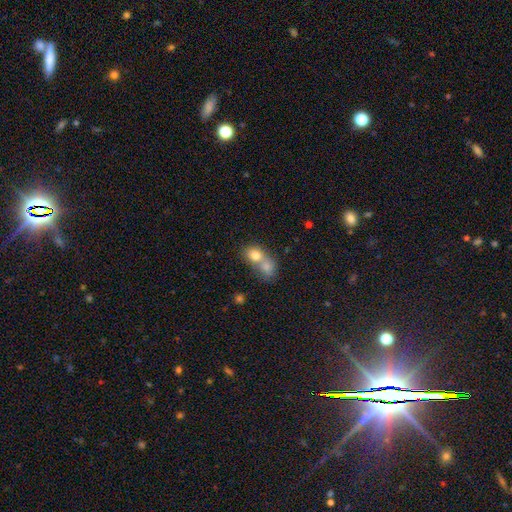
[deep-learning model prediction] A smooth galaxy with no disk features (77%) that is round (56%).

Vote fractions:
- Smooth or featured? smooth: 77% / featured or disk: 13% / star or artifact: 10%
- How rounded? round: 56% / in between: 43% / cigar-shaped: 1%
- Merging? merger: 68% / none: 23% / minor disturbance: 6% / major disturbance: 3%